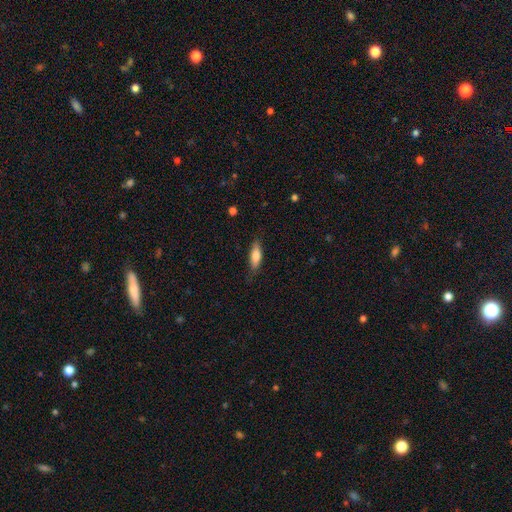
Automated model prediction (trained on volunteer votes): smooth_or_featured: smooth (p=0.76) [alt: featured or disk p=0.17]
how_rounded: in between (p=0.56) [alt: cigar-shaped p=0.42]
merging: none (p=0.78) [alt: minor disturbance p=0.17]